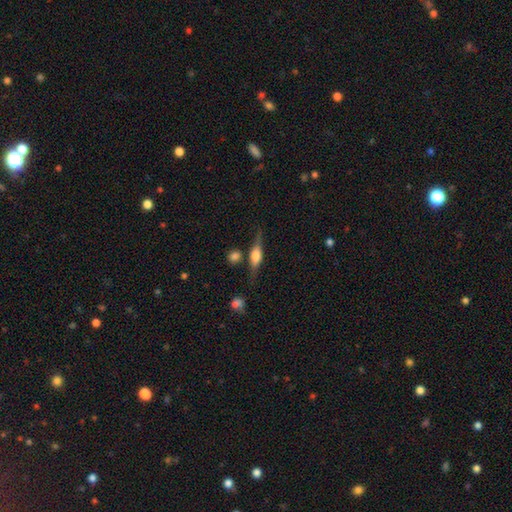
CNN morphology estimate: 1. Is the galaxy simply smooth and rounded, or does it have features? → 60% featured or disk, 32% smooth, 8% star or artifact.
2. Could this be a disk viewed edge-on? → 94% yes, 6% no.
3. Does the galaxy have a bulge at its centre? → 79% rounded, 18% boxy, 3% none.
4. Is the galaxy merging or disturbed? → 72% none, 16% minor disturbance, 6% merger, 6% major disturbance.